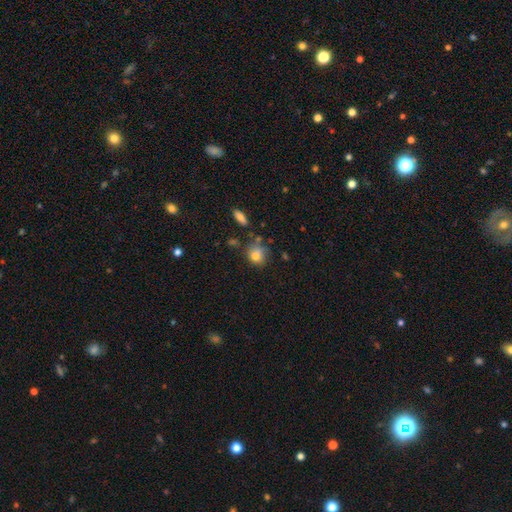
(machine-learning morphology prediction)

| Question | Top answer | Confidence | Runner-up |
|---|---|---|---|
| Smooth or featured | smooth | 79% | star or artifact (11%) |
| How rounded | round | 72% | in between (27%) |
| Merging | none | 57% | minor disturbance (25%) |